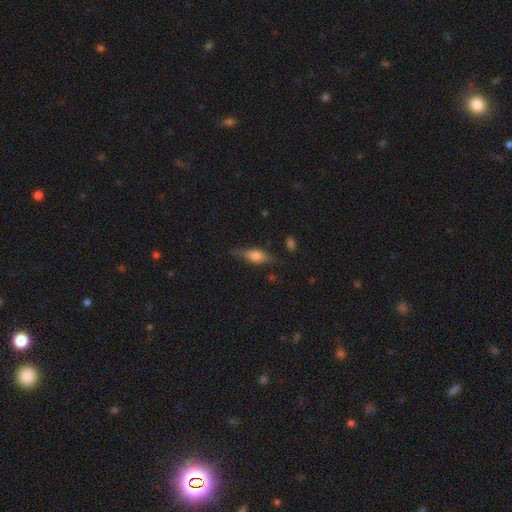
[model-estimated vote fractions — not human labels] Smooth or featured? Predicted: featured or disk (p=0.47). Merging? Predicted: none (p=0.74).